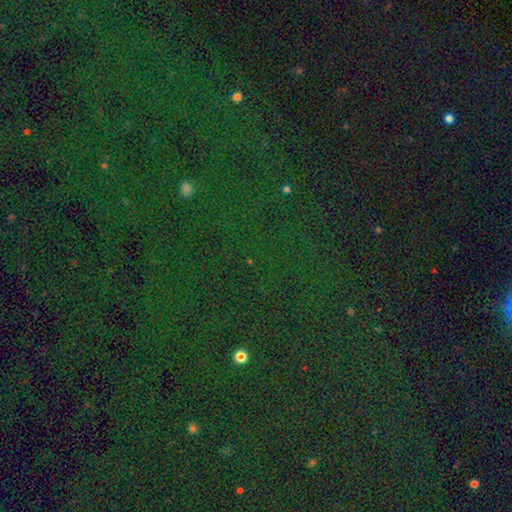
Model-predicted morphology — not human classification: Q: Smooth or featured?
A: star or artifact (77%); runner-up: smooth (15%)